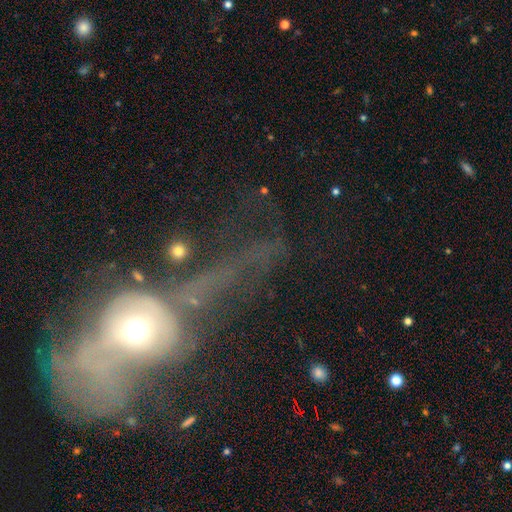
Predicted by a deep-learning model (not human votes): A featured or disk galaxy (44%).

Vote fractions:
- Smooth or featured? featured or disk: 44% / smooth: 31% / star or artifact: 25%
- Merging? major disturbance: 53% / merger: 22% / none: 15% / minor disturbance: 10%